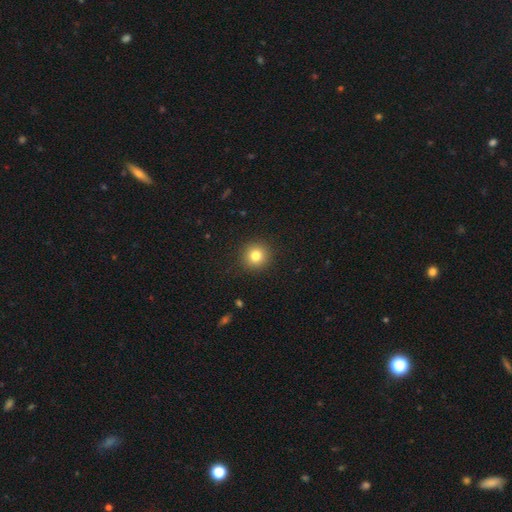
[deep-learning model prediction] Smooth or featured? smooth (81%)
How rounded? round (94%)
Merging? none (91%)